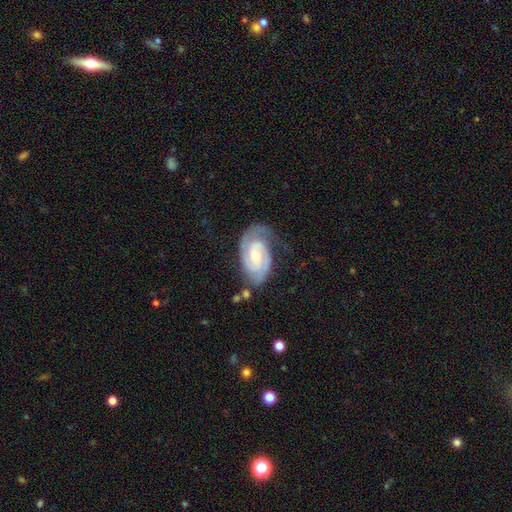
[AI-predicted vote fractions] This is clearly a featured or disk galaxy (88%). It is clearly not viewed edge-on (97%). Bar: possibly no (49%). Spiral arm pattern: clearly yes (97%). Spiral arm count: likely 2 (80%). Spiral winding: likely tight (61%). Central bulge: possibly moderate (53%). Merging: likely none (68%).